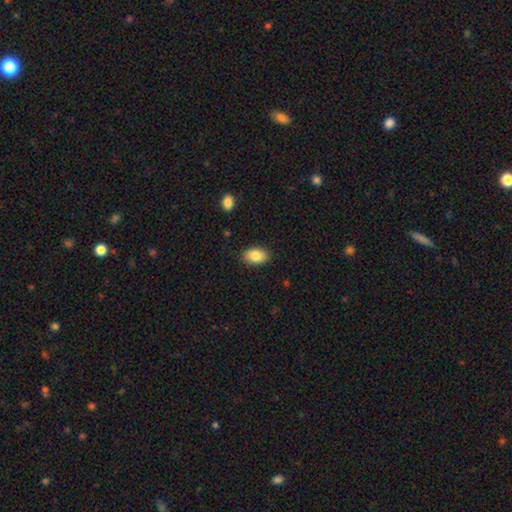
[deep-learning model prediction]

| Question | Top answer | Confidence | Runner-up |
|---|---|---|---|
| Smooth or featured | smooth | 84% | featured or disk (8%) |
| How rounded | in between | 89% | round (10%) |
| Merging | none | 88% | minor disturbance (9%) |